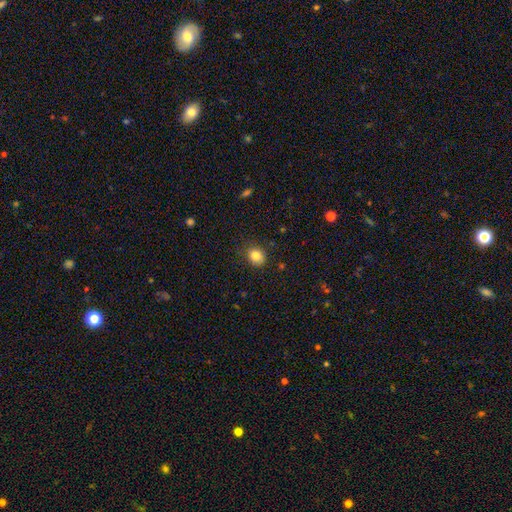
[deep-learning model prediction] Q: Smooth or featured?
A: smooth (84%); runner-up: star or artifact (10%)
Q: How rounded?
A: round (64%); runner-up: in between (35%)
Q: Merging?
A: none (82%); runner-up: minor disturbance (13%)